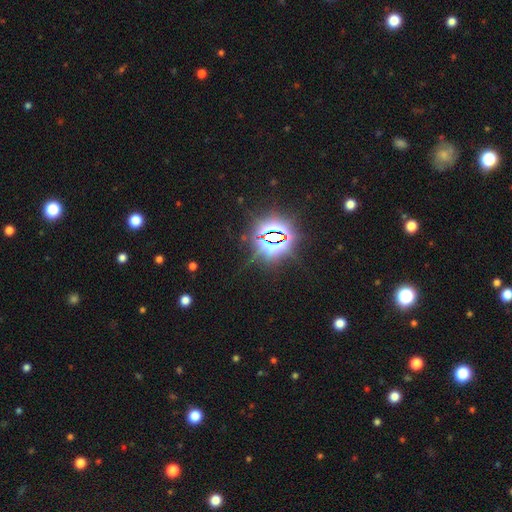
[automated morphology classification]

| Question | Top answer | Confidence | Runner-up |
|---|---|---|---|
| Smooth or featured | star or artifact | 85% | smooth (9%) |